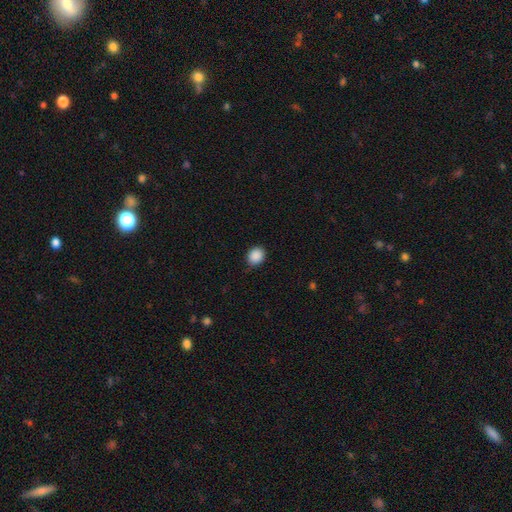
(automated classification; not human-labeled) smooth_or_featured: smooth (p=0.89) [alt: star or artifact p=0.08]
how_rounded: round (p=0.70) [alt: in between p=0.29]
merging: none (p=0.83) [alt: minor disturbance p=0.13]